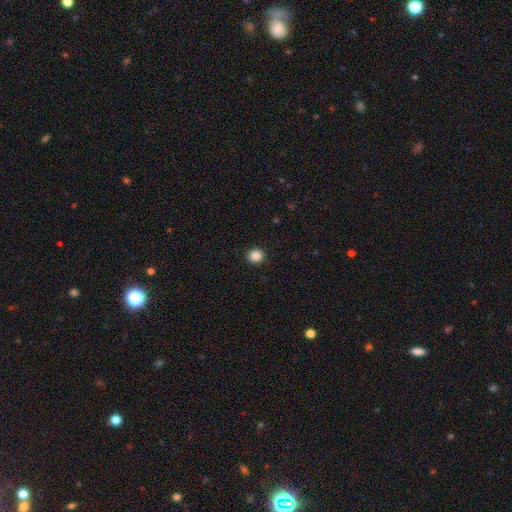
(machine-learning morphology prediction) This is clearly a smooth galaxy (86%). How rounded: clearly round (92%). Merging: clearly none (93%).